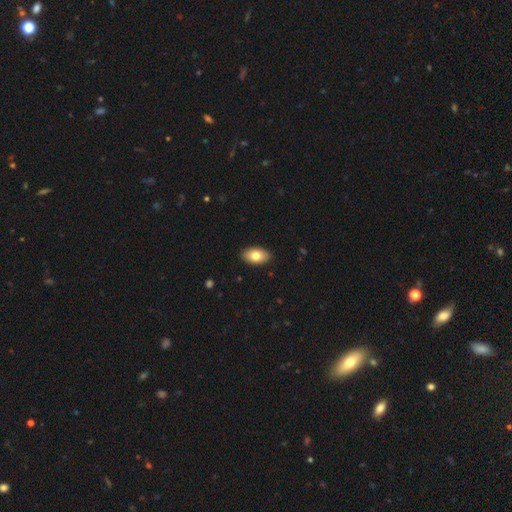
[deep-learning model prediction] Smooth or featured? smooth (78%)
How rounded? in between (93%)
Merging? none (90%)